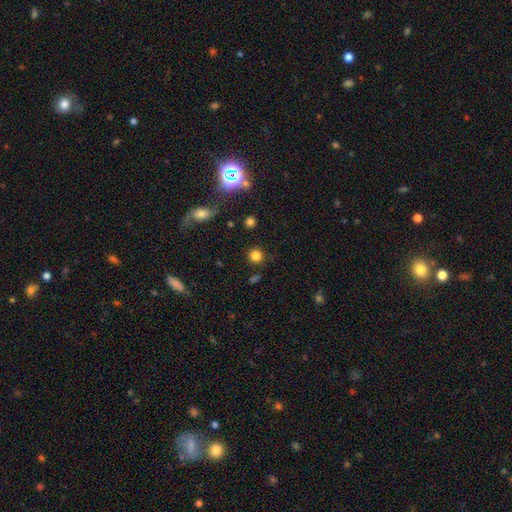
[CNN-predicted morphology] The model was most divided on "smooth or featured": smooth: 81%, star or artifact: 14%, featured or disk: 5%. More confident: how rounded — round (92%); merging — none (87%).